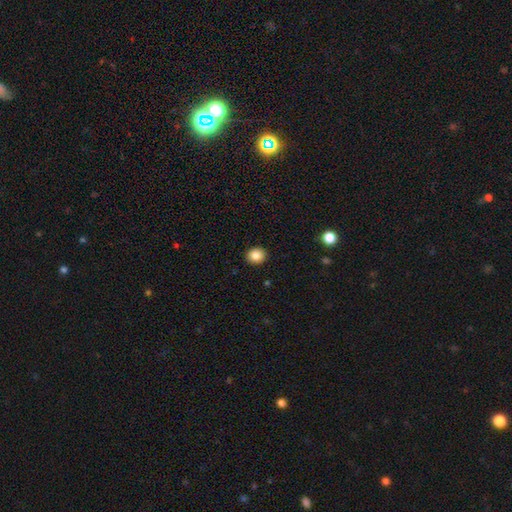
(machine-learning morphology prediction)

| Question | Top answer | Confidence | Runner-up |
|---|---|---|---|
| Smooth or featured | smooth | 86% | star or artifact (9%) |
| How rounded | round | 71% | in between (28%) |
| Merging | none | 92% | minor disturbance (6%) |